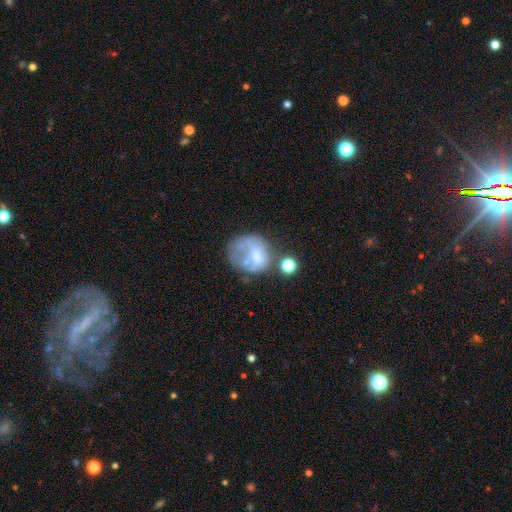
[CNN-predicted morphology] The model was most divided on "merging" (2-way tie): major disturbance: 31%, none: 31%, minor disturbance: 21%, merger: 17%. Remaining: smooth or featured — featured or disk (46%).